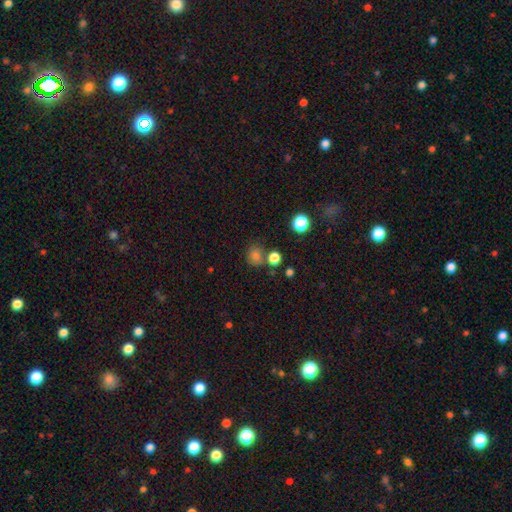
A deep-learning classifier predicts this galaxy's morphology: smooth_or_featured: smooth (p=0.75) [alt: star or artifact p=0.18]
how_rounded: round (p=0.79) [alt: in between p=0.20]
merging: none (p=0.68) [alt: merger p=0.15]